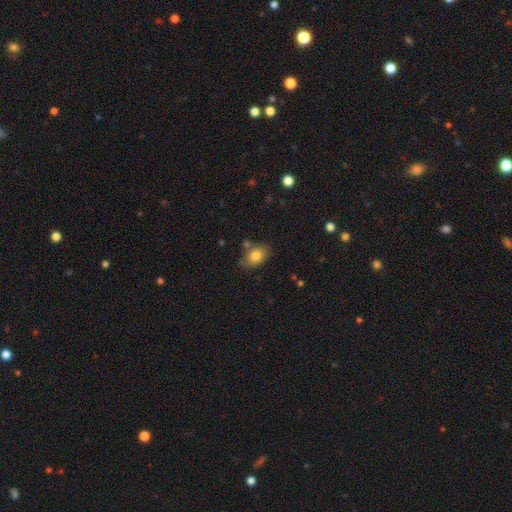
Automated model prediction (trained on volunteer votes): smooth 79%, featured or disk 12%, star or artifact 9%. Down the decision tree: how rounded — in between (79%); merging — none (70%).